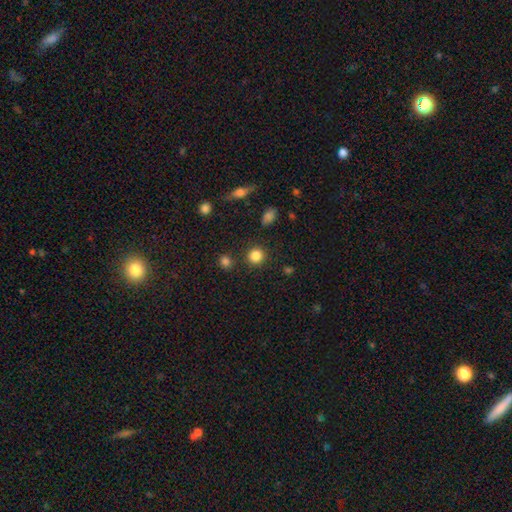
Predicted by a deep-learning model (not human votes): smooth_or_featured: smooth (p=0.84) [alt: star or artifact p=0.11]
how_rounded: round (p=0.91) [alt: in between p=0.08]
merging: none (p=0.87) [alt: minor disturbance p=0.07]